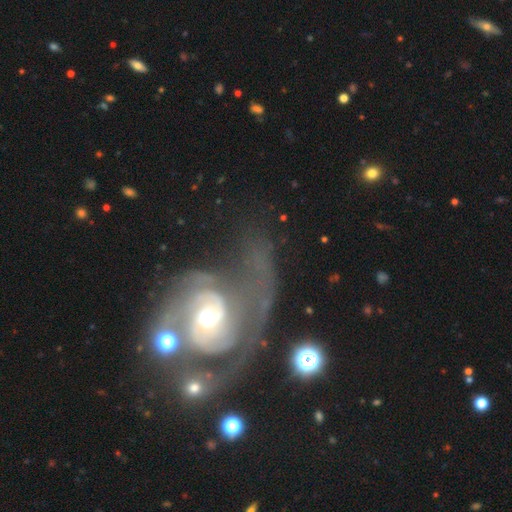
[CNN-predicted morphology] The model was most divided on "spiral winding": medium: 41%, tight: 40%, loose: 20%. Remaining: edge-on disk — no (97%); spiral arms — yes (90%); smooth or featured — featured or disk (83%); bulge size — moderate (64%); bar — no (60%); spiral arm count — 2 (57%); merging — major disturbance (35%).